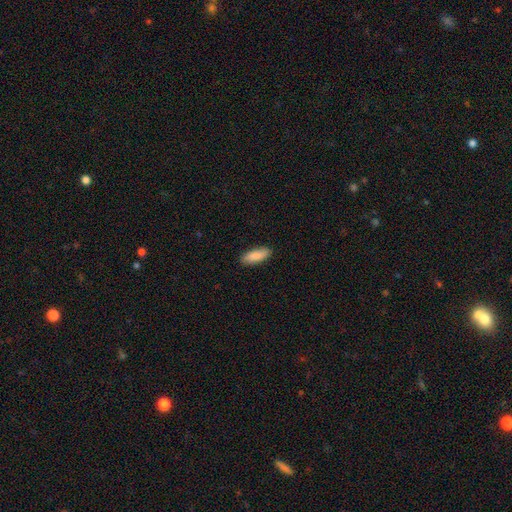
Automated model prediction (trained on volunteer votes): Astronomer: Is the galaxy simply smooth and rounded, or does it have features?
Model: smooth — 88%.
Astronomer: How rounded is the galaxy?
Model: in between — 68%.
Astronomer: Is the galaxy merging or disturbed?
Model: none — 88%.